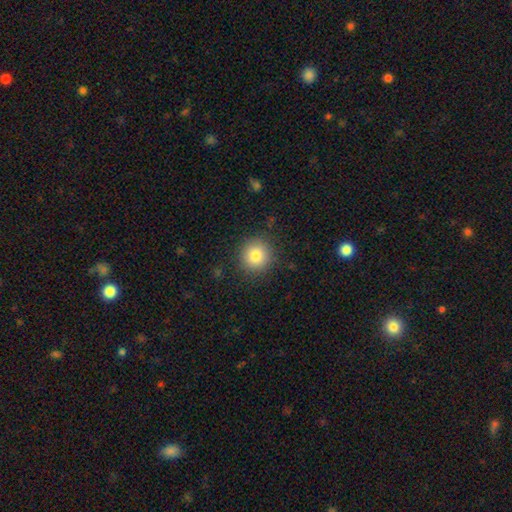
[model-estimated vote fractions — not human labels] A smooth galaxy with no disk features (81%) that is round (92%).

Vote fractions:
- Smooth or featured? smooth: 81% / star or artifact: 11% / featured or disk: 8%
- How rounded? round: 92% / in between: 7% / cigar-shaped: 1%
- Merging? none: 89% / minor disturbance: 8% / major disturbance: 3% / merger: 1%